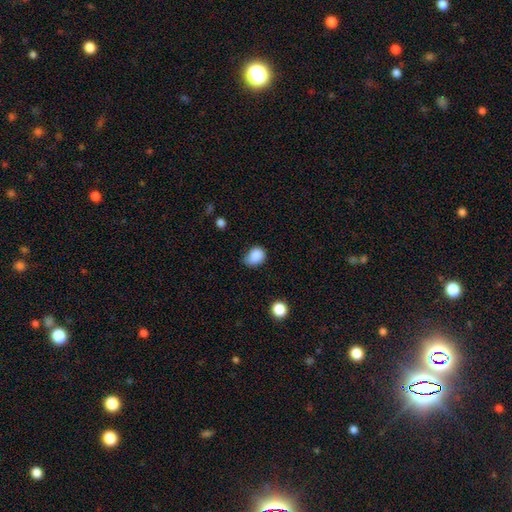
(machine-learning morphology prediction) smooth_or_featured: smooth (p=0.86) [alt: star or artifact p=0.09]
how_rounded: round (p=0.52) [alt: in between p=0.47]
merging: none (p=0.47) [alt: minor disturbance p=0.41]